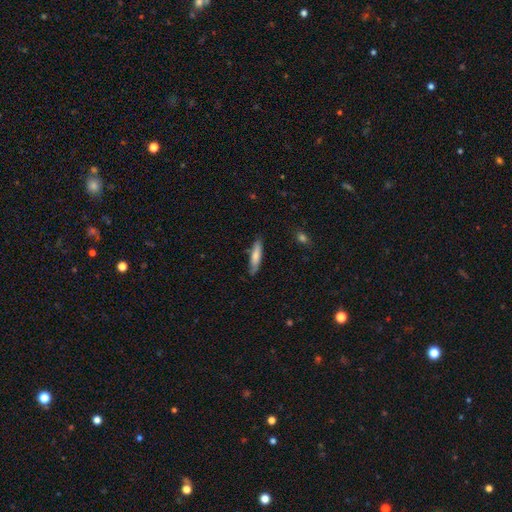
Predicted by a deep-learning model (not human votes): Overall: smooth (73%). How rounded: cigar-shaped (79%). Merging: none (81%).